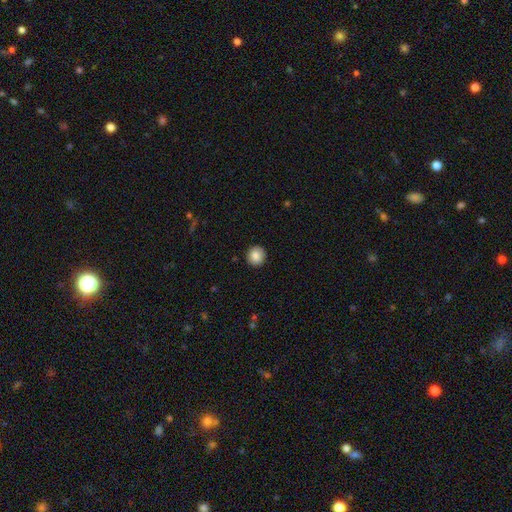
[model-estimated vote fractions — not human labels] This is clearly a smooth galaxy (86%). How rounded: clearly round (92%). Merging: clearly none (91%).